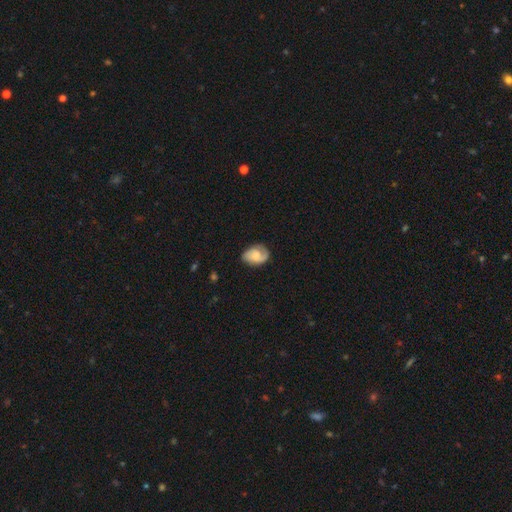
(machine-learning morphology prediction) smooth_or_featured: smooth (p=0.48) [alt: featured or disk p=0.45]
merging: none (p=0.65) [alt: minor disturbance p=0.26]